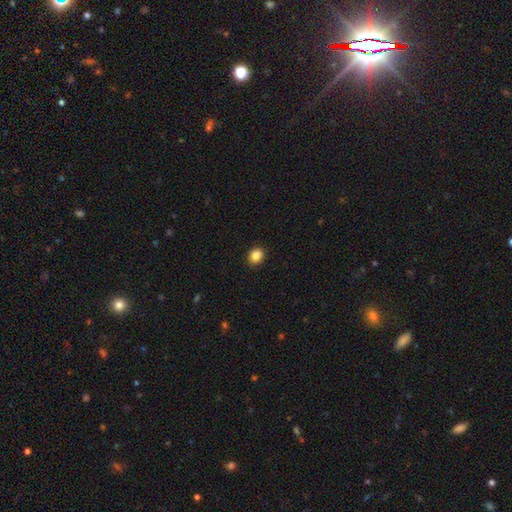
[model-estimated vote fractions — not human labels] Overall: smooth (86%). How rounded: round (63%; in between 36%). Merging: none (91%).